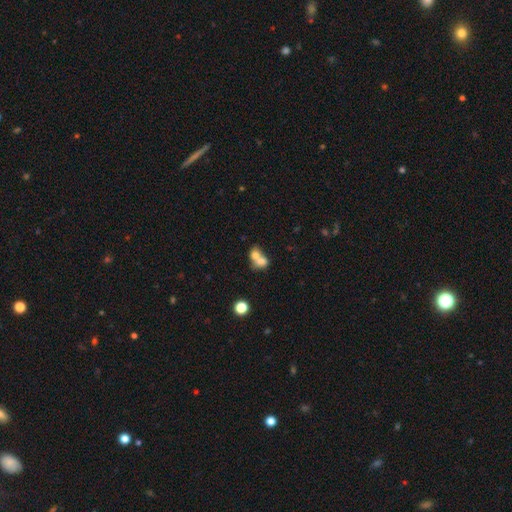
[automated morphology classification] This is likely a smooth galaxy (70%). How rounded: possibly round (54%). Merging: likely merger (73%).